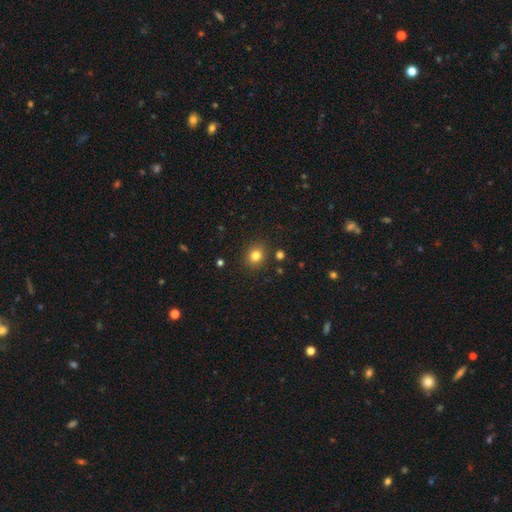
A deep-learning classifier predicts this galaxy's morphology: smooth-or-featured: smooth: 80% | star or artifact: 13% | featured or disk: 7%
  how-rounded: round: 74% | in between: 25% | cigar-shaped: 1%
  merging: none: 87% | minor disturbance: 8% | merger: 3% | major disturbance: 2%